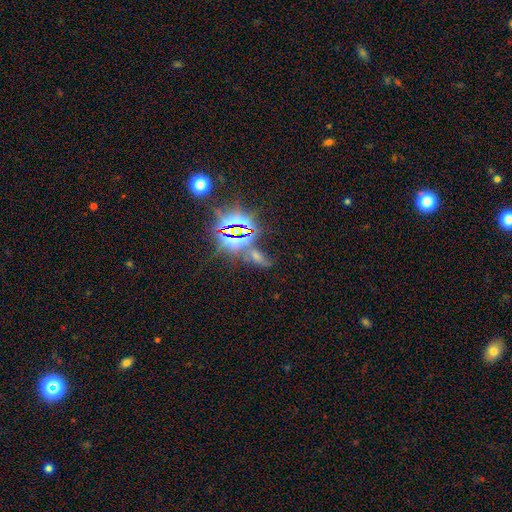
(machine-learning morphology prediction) smooth_or_featured: star or artifact (p=0.65) [alt: smooth p=0.21]